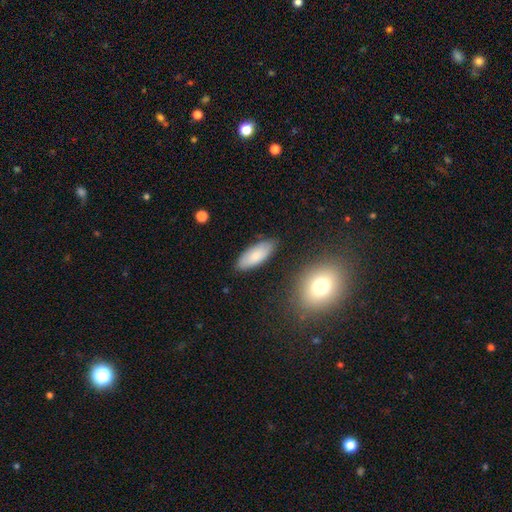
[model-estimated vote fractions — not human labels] Overall: smooth (80%). How rounded: in between (78%). Merging: none (83%).